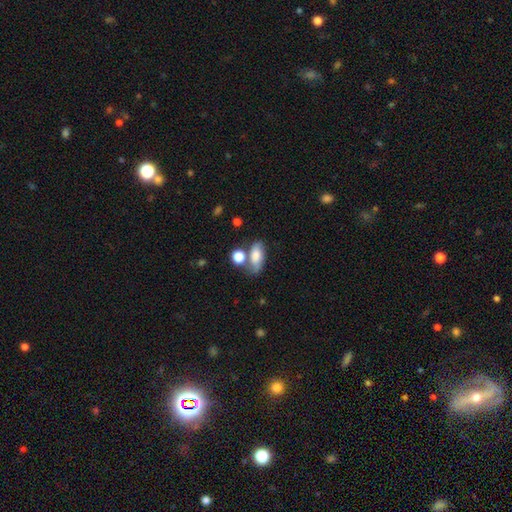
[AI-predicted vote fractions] The model was most divided on "merging": none: 48%, merger: 24%, minor disturbance: 20%, major disturbance: 9%. More confident: how rounded — in between (82%); smooth or featured — smooth (71%).